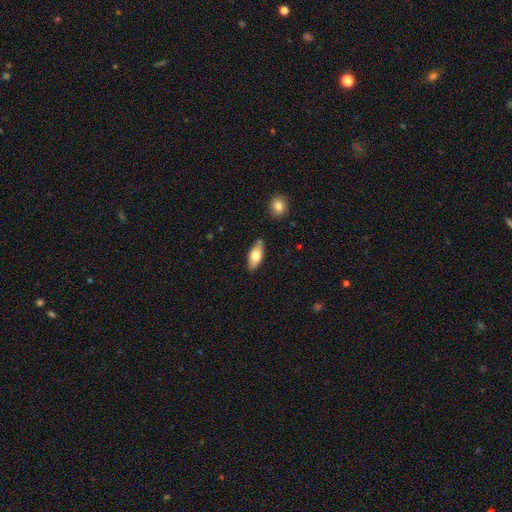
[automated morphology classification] Smooth or featured: smooth — 74% (featured or disk — 20%)
How rounded: in between — 84% (cigar-shaped — 13%)
Merging: none — 80% (minor disturbance — 13%)